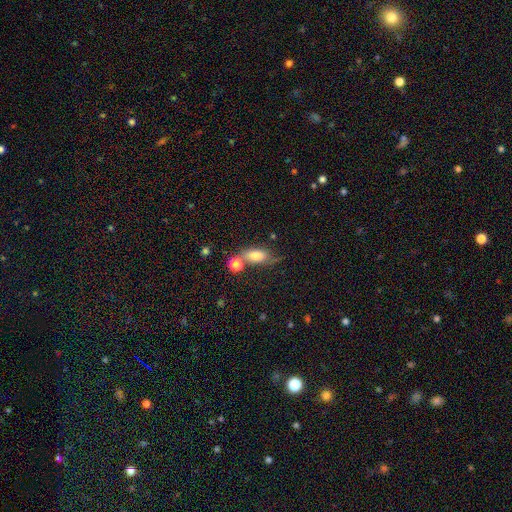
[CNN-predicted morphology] smooth_or_featured: smooth (p=0.77) [alt: featured or disk p=0.13]
how_rounded: in between (p=0.80) [alt: cigar-shaped p=0.11]
merging: none (p=0.48) [alt: merger p=0.24]